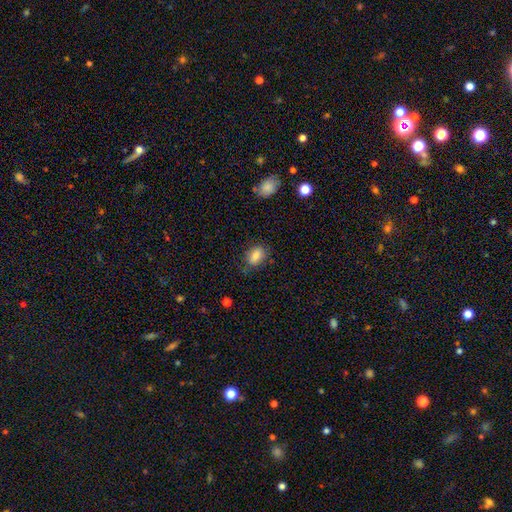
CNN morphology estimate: This is clearly a smooth galaxy (83%). How rounded: clearly in between (83%). Merging: likely none (72%).